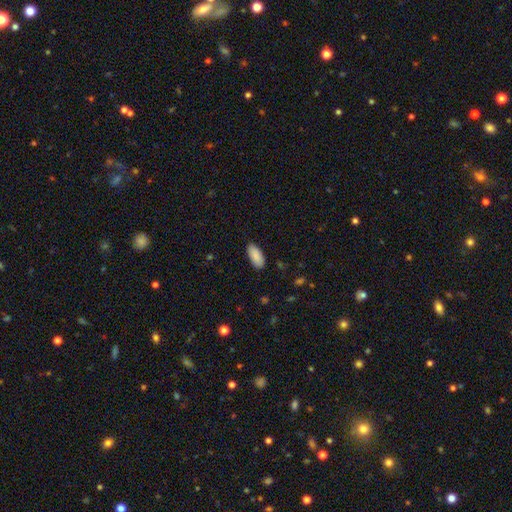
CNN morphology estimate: Smooth or featured?
  - smooth: 90% *
  - star or artifact: 6%
  - featured or disk: 4%
How rounded?
  - in between: 90% *
  - cigar-shaped: 9%
  - round: 2%
Merging?
  - none: 85% *
  - minor disturbance: 11%
  - major disturbance: 2%
  - merger: 1%